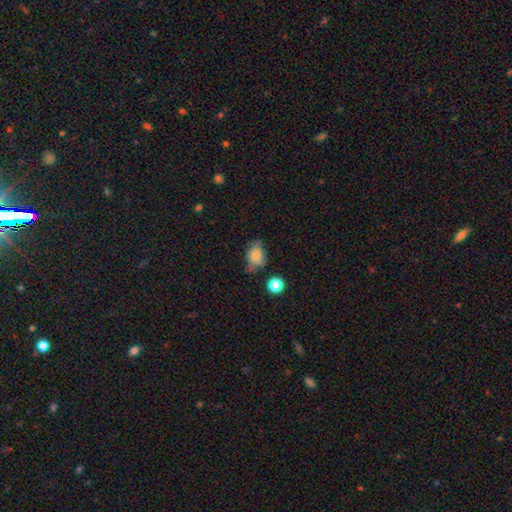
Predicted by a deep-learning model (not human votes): smooth_or_featured: smooth (p=0.76) [alt: featured or disk p=0.14]
how_rounded: in between (p=0.61) [alt: round p=0.38]
merging: none (p=0.52) [alt: minor disturbance p=0.32]